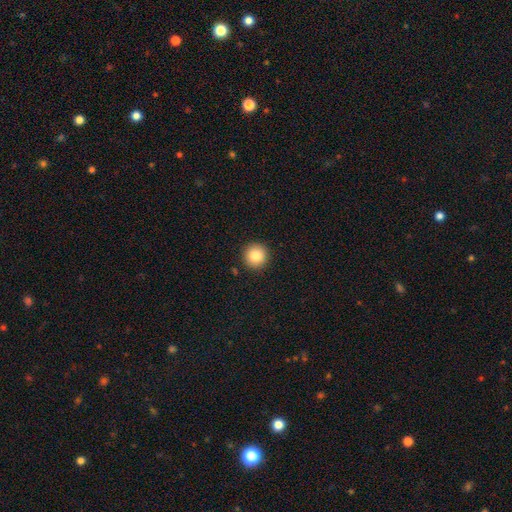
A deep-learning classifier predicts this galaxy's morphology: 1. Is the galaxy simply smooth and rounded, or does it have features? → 84% smooth, 9% star or artifact, 6% featured or disk.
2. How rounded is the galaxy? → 96% round, 4% in between, 1% cigar-shaped.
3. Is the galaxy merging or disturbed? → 92% none, 5% minor disturbance, 2% major disturbance, 1% merger.